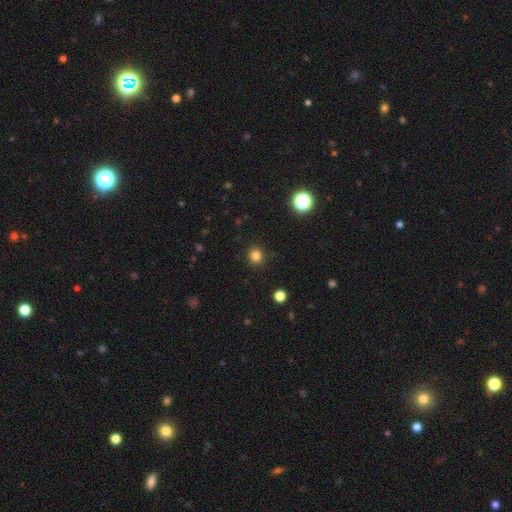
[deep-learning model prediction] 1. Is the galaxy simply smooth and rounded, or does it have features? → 82% smooth, 13% star or artifact, 5% featured or disk.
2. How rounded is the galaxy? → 81% round, 18% in between, 1% cigar-shaped.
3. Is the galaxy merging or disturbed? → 91% none, 6% minor disturbance, 2% major disturbance, 1% merger.